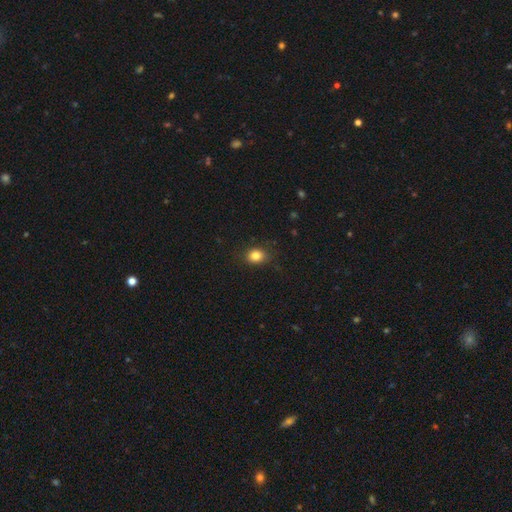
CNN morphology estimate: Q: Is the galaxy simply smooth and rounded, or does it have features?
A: smooth — 83%.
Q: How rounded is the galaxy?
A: round — 55%.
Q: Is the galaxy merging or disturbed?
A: none — 85%.